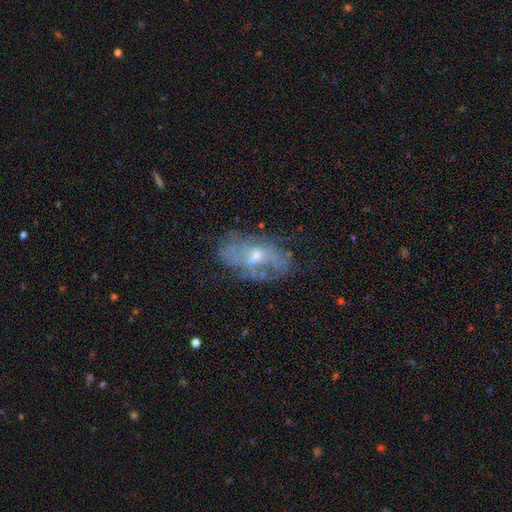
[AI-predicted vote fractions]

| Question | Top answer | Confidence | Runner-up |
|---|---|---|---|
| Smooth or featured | featured or disk | 65% | smooth (24%) |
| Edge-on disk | no | 92% | yes (8%) |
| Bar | no | 71% | weak (25%) |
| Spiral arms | yes | 52% | no (48%) |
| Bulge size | small | 51% | moderate (43%) |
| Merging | none | 61% | minor disturbance (23%) |